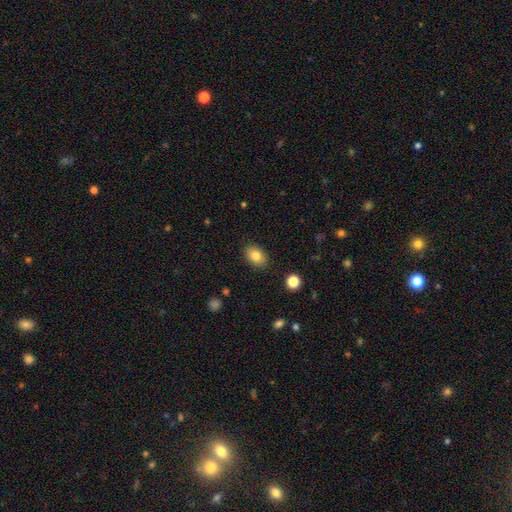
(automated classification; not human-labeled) Smooth or featured? Predicted: smooth (p=0.83). How rounded? Predicted: in between (p=0.83). Merging? Predicted: none (p=0.87).